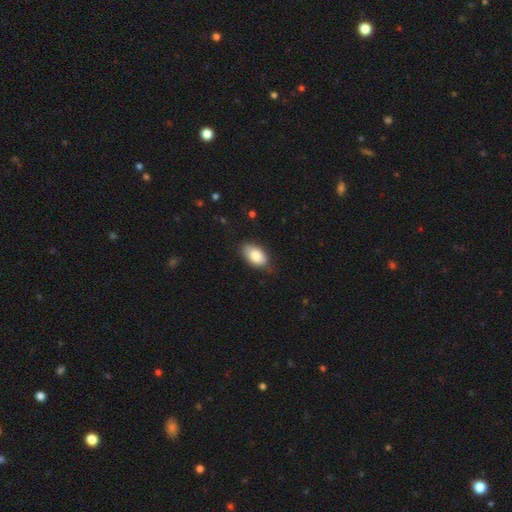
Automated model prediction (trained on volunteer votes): smooth 83%, featured or disk 10%, star or artifact 7%. Down the decision tree: how rounded — in between (93%); merging — none (76%).